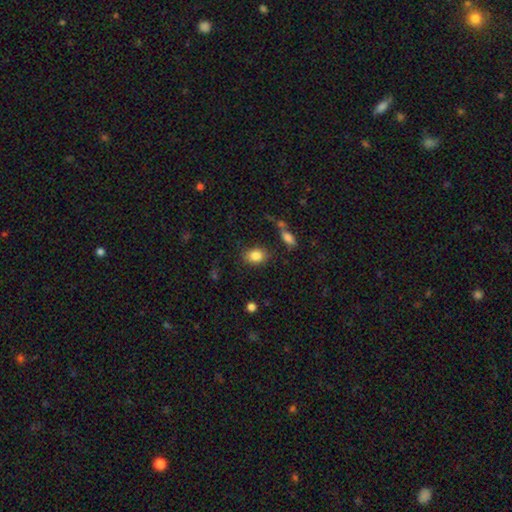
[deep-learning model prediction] Morphology: type=smooth (84%); roundness=in between (72%); merging=none (81%).